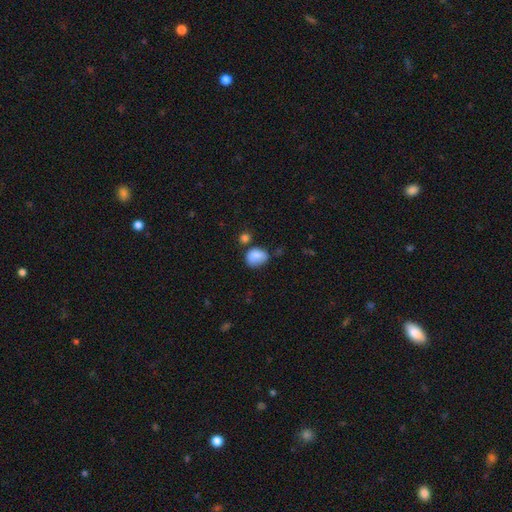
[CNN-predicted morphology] Smooth or featured?
  - smooth: 84% *
  - star or artifact: 9%
  - featured or disk: 8%
How rounded?
  - in between: 58% *
  - round: 41%
  - cigar-shaped: 1%
Merging?
  - none: 52% *
  - minor disturbance: 29%
  - merger: 11%
  - major disturbance: 8%